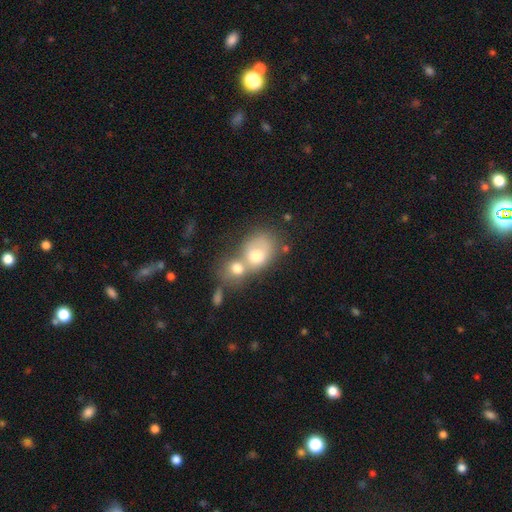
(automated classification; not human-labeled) Q: Smooth or featured?
A: smooth (66%); runner-up: featured or disk (24%)
Q: How rounded?
A: in between (56%); runner-up: round (42%)
Q: Merging?
A: merger (68%); runner-up: none (18%)